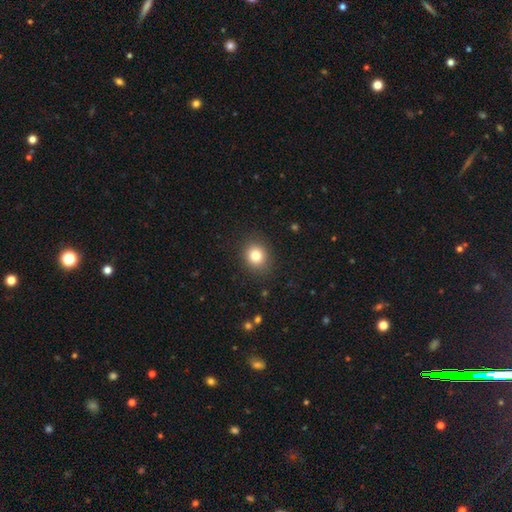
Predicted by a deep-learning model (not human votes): Smooth or featured? smooth (81%)
How rounded? round (73%)
Merging? none (88%)